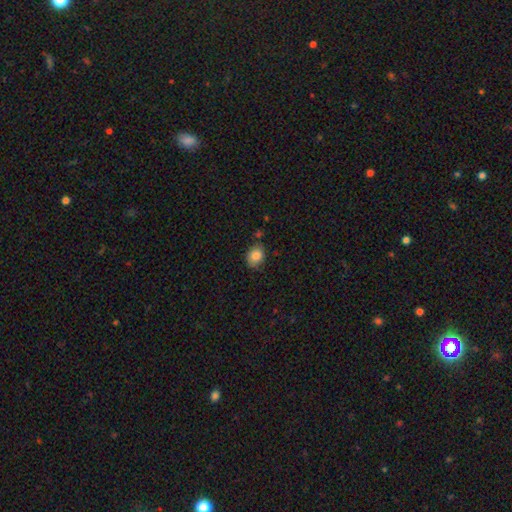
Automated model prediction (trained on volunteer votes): Overall: smooth (85%). How rounded: round (55%; in between 44%). Merging: none (70%).